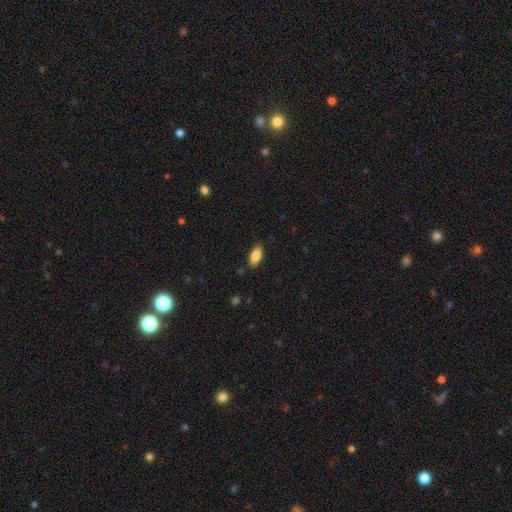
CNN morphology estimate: type=smooth (86%); roundness=in between (87%); merging=none (86%).